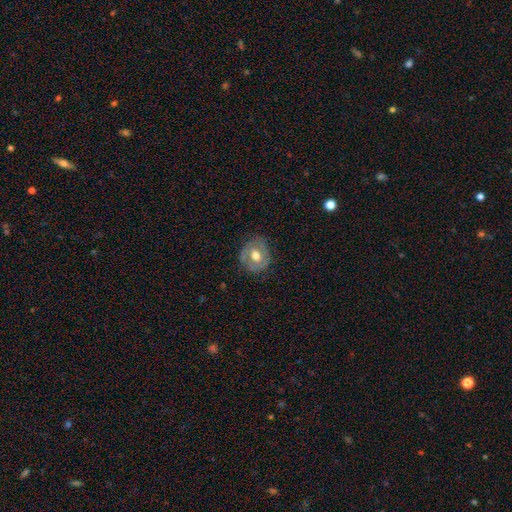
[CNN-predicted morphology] A smooth galaxy with no disk features (50%). Merging: none (76%).